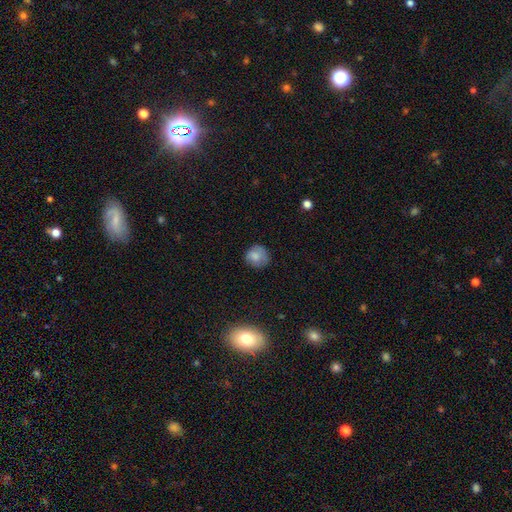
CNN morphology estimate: Smooth or featured: smooth — 80% (featured or disk — 11%)
How rounded: round — 87% (in between — 12%)
Merging: none — 75% (minor disturbance — 19%)